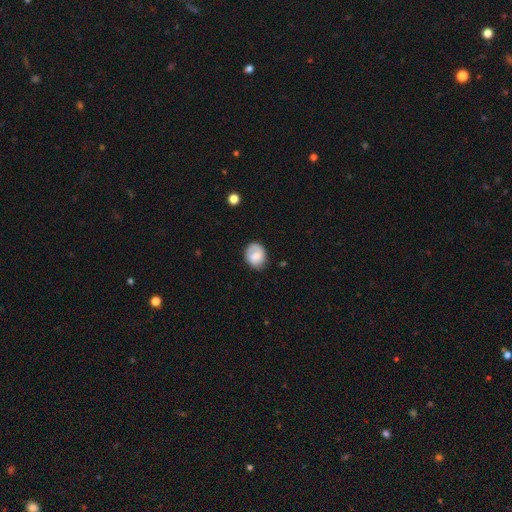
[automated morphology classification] Smooth or featured? Predicted: smooth (p=0.63). How rounded? Predicted: round (p=0.56). Merging? Predicted: none (p=0.72).